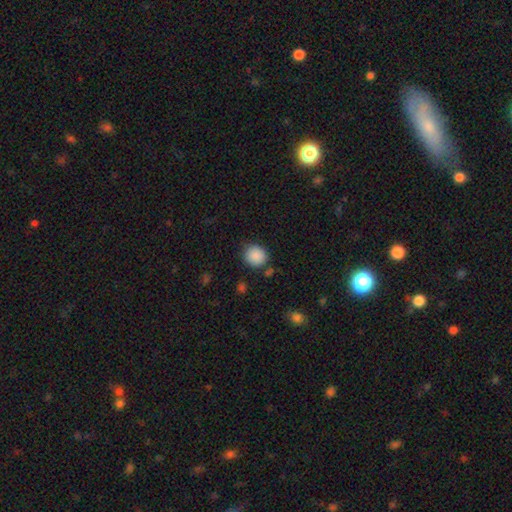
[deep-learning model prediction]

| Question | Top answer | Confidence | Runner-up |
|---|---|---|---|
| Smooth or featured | smooth | 88% | star or artifact (9%) |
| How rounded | round | 81% | in between (18%) |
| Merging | none | 78% | minor disturbance (15%) |